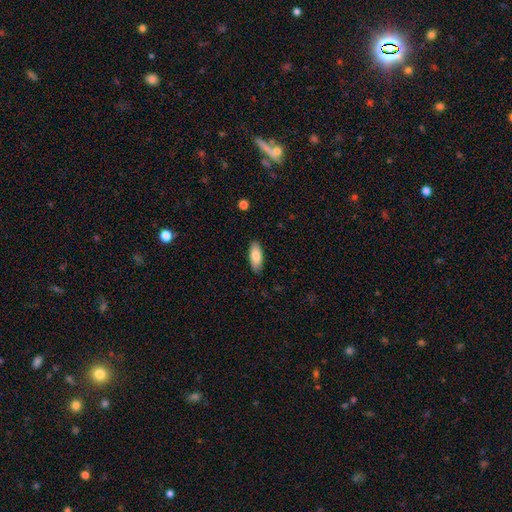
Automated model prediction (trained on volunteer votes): smooth_or_featured: smooth (p=0.83) [alt: featured or disk p=0.11]
how_rounded: in between (p=0.82) [alt: cigar-shaped p=0.16]
merging: none (p=0.88) [alt: minor disturbance p=0.09]